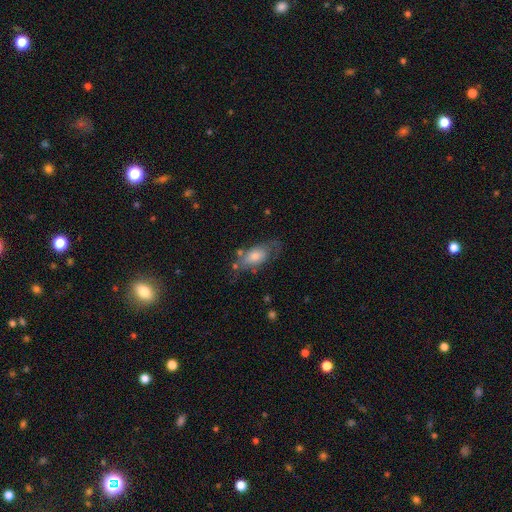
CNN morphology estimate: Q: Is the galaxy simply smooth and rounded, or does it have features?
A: smooth — 61%.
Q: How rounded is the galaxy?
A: in between — 88%.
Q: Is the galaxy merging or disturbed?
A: none — 49%.